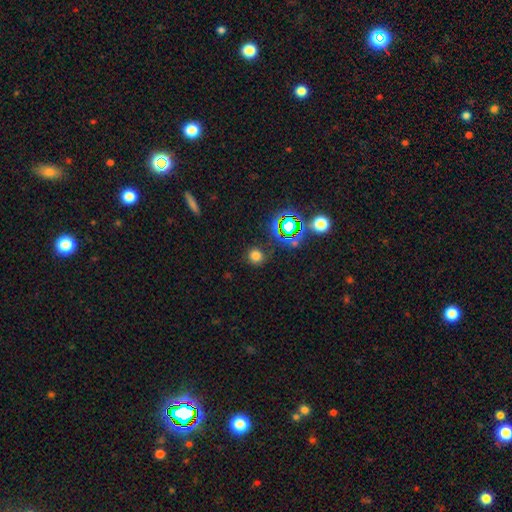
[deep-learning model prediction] Morphology: type=smooth (70%); roundness=round (89%); merging=none (84%).